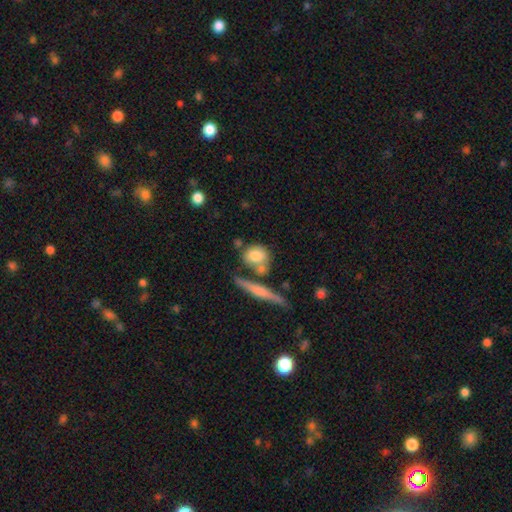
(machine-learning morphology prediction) The model was most divided on "how rounded": round: 55%, in between: 36%, cigar-shaped: 9%. More confident: smooth or featured — smooth (77%); merging — none (53%).